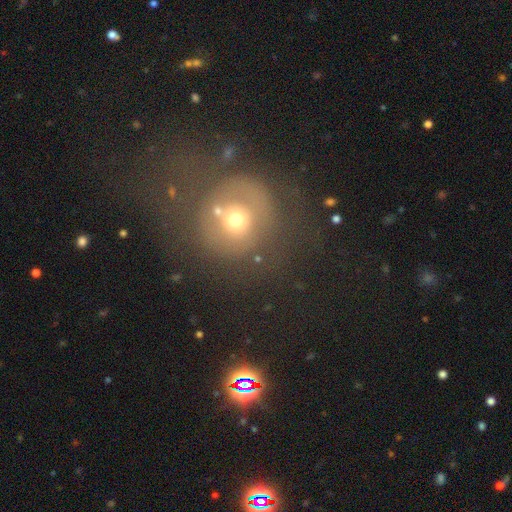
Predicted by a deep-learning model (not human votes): Smooth or featured? smooth (39%)
Merging? none (50%)